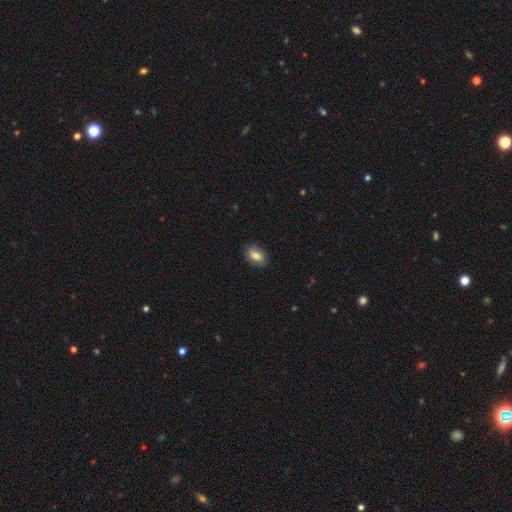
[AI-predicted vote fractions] Q: Smooth or featured?
A: smooth (77%); runner-up: featured or disk (15%)
Q: How rounded?
A: in between (88%); runner-up: round (9%)
Q: Merging?
A: none (84%); runner-up: minor disturbance (13%)